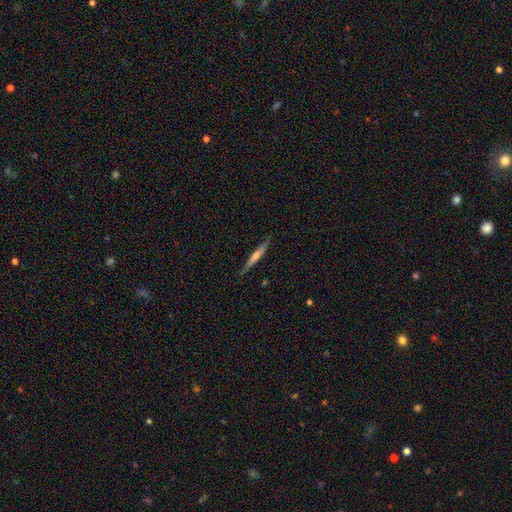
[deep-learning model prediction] Smooth or featured? Predicted: featured or disk (p=0.65). Edge-on disk? Predicted: yes (p=0.97). Edge-on bulge? Predicted: rounded (p=0.64). Merging? Predicted: none (p=0.88).